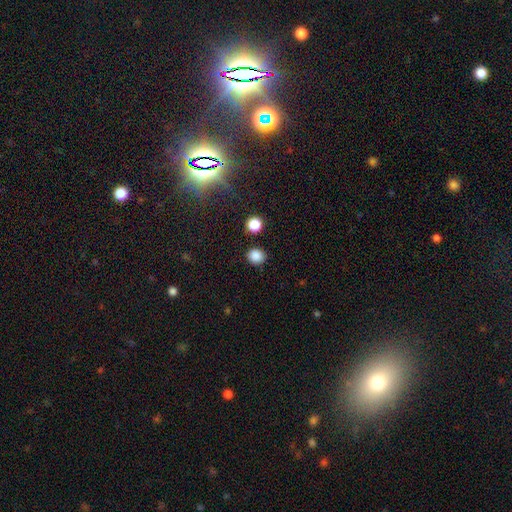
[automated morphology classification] This appears to be a smooth galaxy with no disk features (86%) that is round (77%). Merging: none (87%).